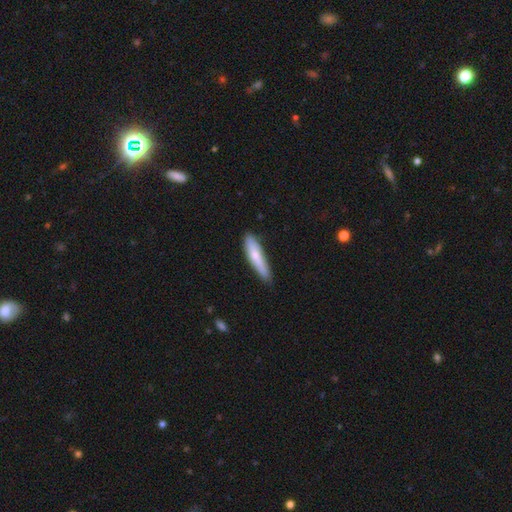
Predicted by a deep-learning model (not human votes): Morphology: type=smooth (69%); roundness=cigar-shaped (82%); merging=none (78%).